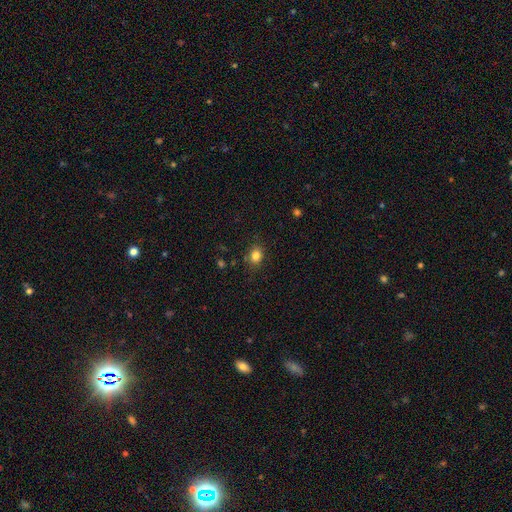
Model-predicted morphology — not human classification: Smooth or featured? smooth (83%)
How rounded? round (51%)
Merging? none (82%)